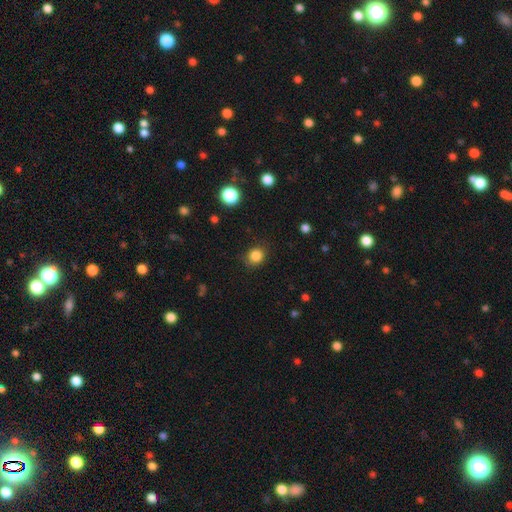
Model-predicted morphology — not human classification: This appears to be a smooth galaxy with no disk features (85%) that is round (81%). Merging: none (85%).